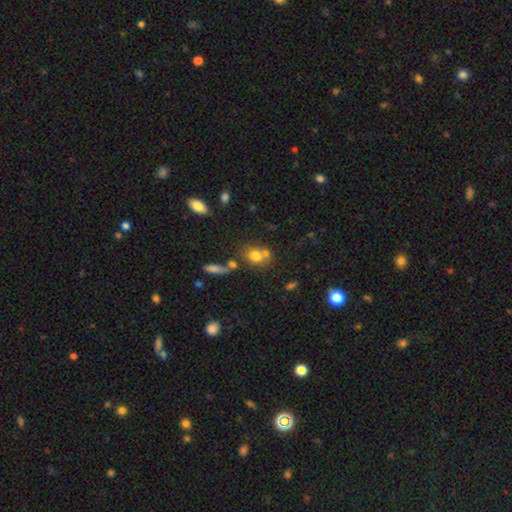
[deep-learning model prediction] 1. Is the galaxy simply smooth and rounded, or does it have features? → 73% smooth, 14% featured or disk, 13% star or artifact.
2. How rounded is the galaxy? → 58% round, 40% in between, 2% cigar-shaped.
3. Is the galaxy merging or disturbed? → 50% none, 33% merger, 12% minor disturbance, 5% major disturbance.